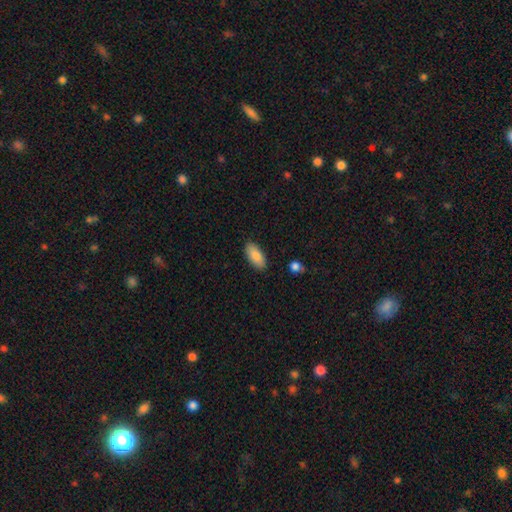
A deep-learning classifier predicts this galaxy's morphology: smooth 87%, featured or disk 7%, star or artifact 6%. Down the decision tree: how rounded — in between (91%); merging — none (88%).